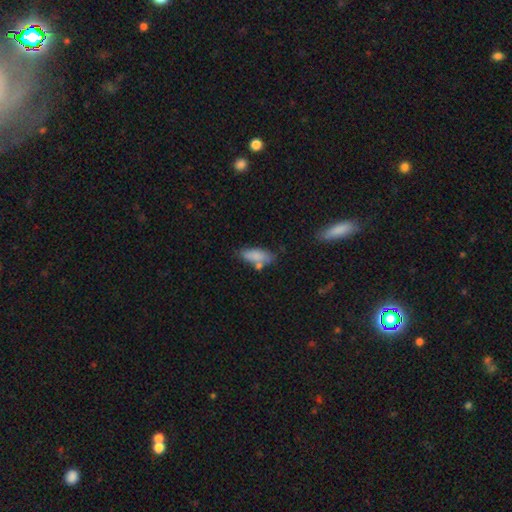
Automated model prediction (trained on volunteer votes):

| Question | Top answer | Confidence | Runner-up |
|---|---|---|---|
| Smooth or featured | smooth | 82% | featured or disk (11%) |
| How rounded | in between | 76% | cigar-shaped (21%) |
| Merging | none | 60% | minor disturbance (21%) |